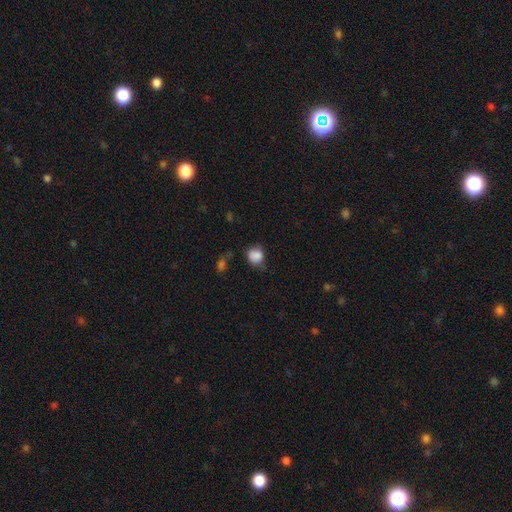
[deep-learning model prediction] A smooth galaxy with no disk features (85%) that is round (76%). Merging: none (55%).